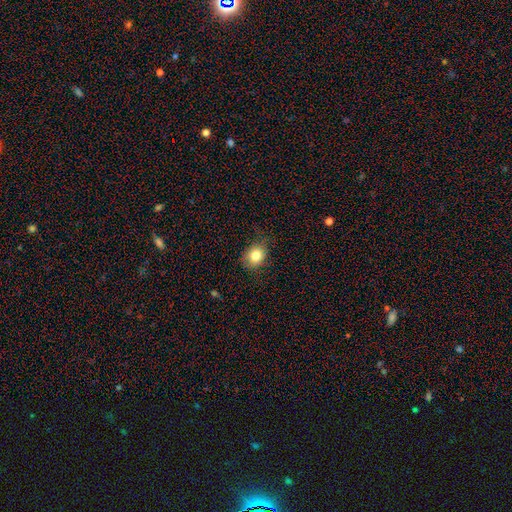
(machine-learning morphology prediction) This is clearly a smooth galaxy (82%). How rounded: possibly round (57%). Merging: likely none (74%).